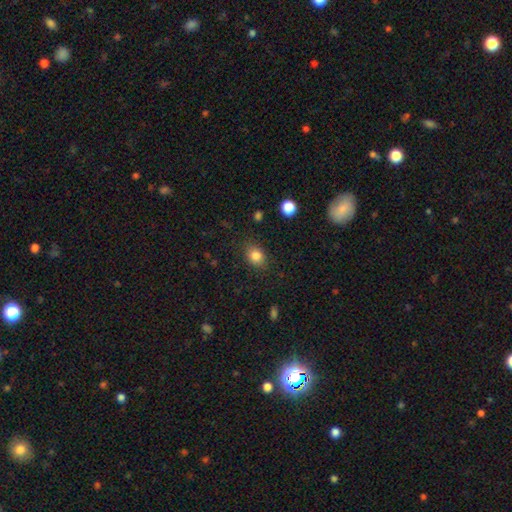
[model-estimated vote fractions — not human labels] Morphology: type=smooth (84%); roundness=in between (53%); merging=none (80%).